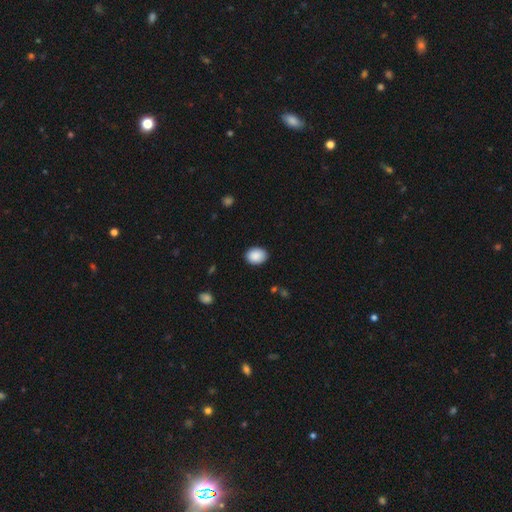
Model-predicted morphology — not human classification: Overall: smooth (89%). How rounded: in between (60%; round 39%). Merging: none (88%).